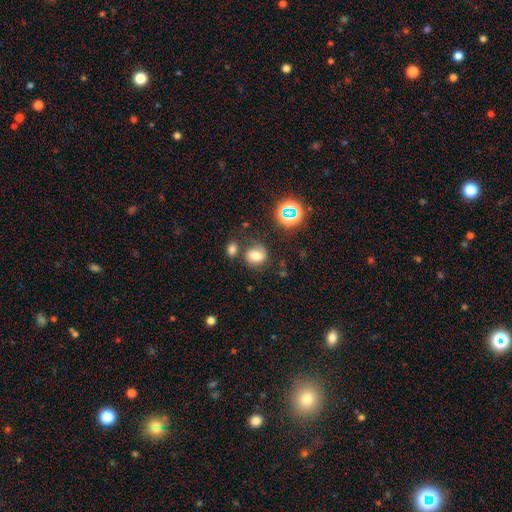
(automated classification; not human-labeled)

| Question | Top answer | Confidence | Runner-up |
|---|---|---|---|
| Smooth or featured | smooth | 68% | star or artifact (18%) |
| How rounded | round | 64% | in between (35%) |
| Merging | none | 64% | minor disturbance (15%) |